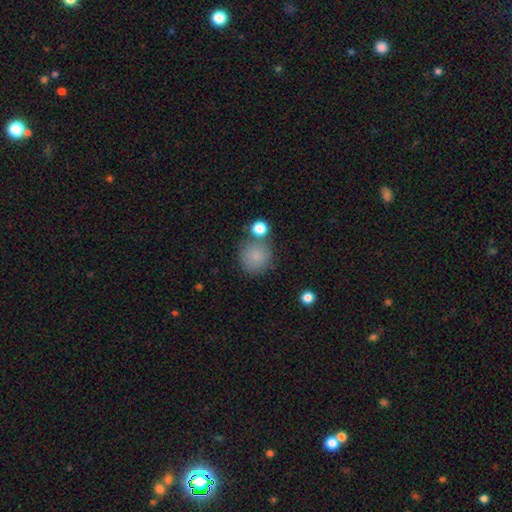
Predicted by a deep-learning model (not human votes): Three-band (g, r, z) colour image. It shows a smooth galaxy with no disk features (85%) that is round (91%). Merging: none (71%).